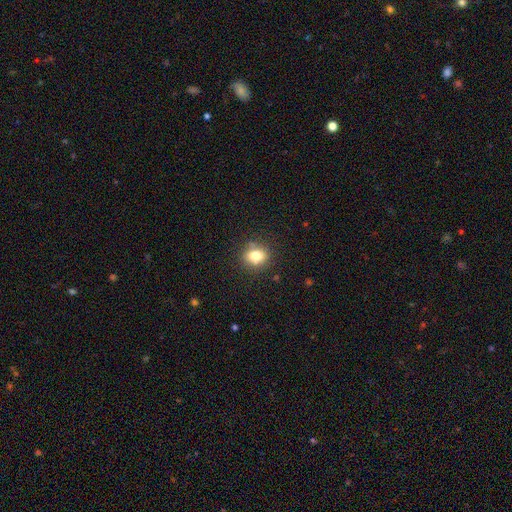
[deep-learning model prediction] Q: Smooth or featured?
A: smooth (78%); runner-up: featured or disk (11%)
Q: How rounded?
A: round (58%); runner-up: in between (40%)
Q: Merging?
A: none (81%); runner-up: minor disturbance (13%)